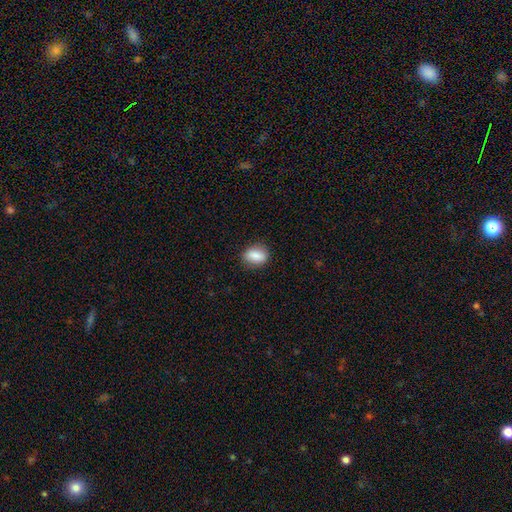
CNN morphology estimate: smooth-or-featured: smooth: 84% | featured or disk: 8% | star or artifact: 8%
  how-rounded: in between: 68% | round: 29% | cigar-shaped: 3%
  merging: none: 84% | minor disturbance: 12% | major disturbance: 3% | merger: 1%